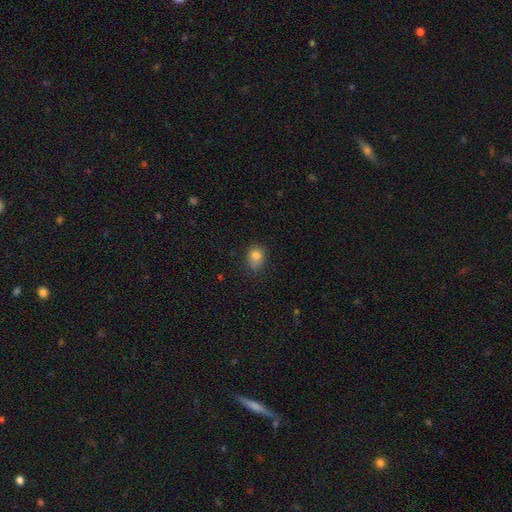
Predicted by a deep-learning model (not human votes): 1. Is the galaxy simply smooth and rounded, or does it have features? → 82% smooth, 12% star or artifact, 6% featured or disk.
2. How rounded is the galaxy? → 53% round, 46% in between, 1% cigar-shaped.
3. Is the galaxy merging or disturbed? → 65% none, 26% minor disturbance, 7% major disturbance, 3% merger.